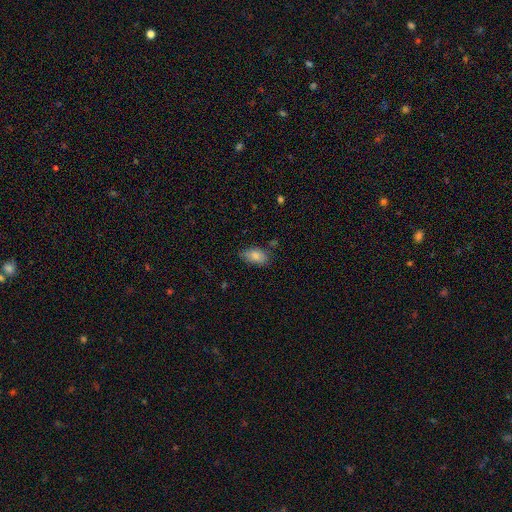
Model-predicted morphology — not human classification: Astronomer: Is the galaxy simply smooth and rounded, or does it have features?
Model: smooth — 83%.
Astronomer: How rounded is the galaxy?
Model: in between — 91%.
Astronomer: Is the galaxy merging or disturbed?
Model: none — 70%.